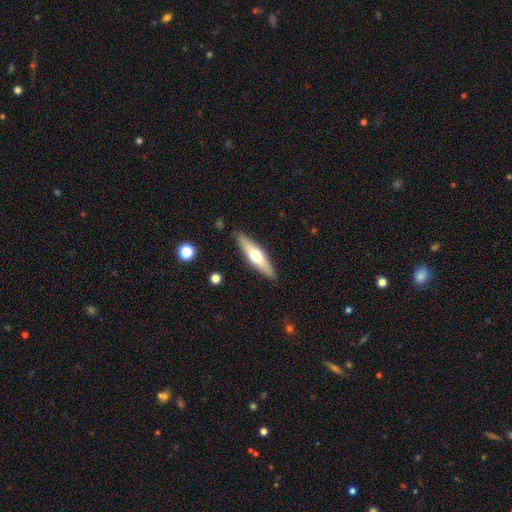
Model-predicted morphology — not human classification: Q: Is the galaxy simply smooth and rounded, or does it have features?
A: featured or disk — 48%.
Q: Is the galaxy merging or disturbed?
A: none — 88%.